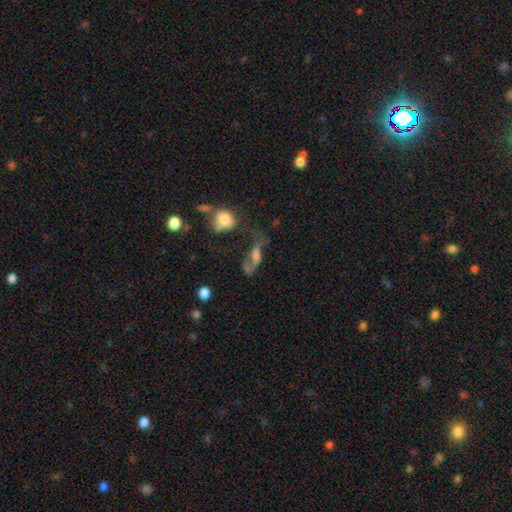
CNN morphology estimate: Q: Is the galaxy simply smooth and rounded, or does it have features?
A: featured or disk — 50%.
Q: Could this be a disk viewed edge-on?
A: no — 85%.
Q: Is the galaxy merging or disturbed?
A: major disturbance — 37%.